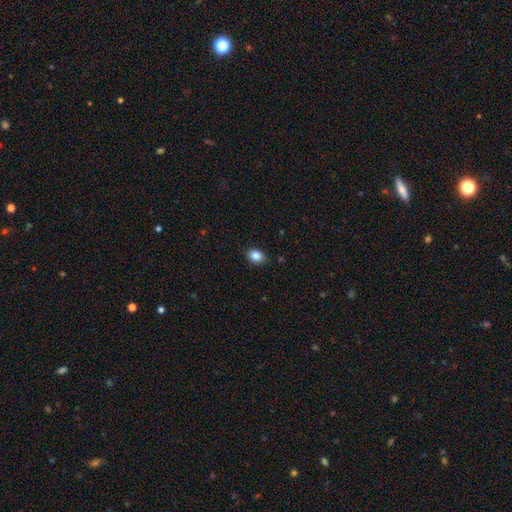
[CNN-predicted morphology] The model was most divided on "how rounded": in between: 63%, round: 36%, cigar-shaped: 1%. More confident: merging — none (86%); smooth or featured — smooth (86%).